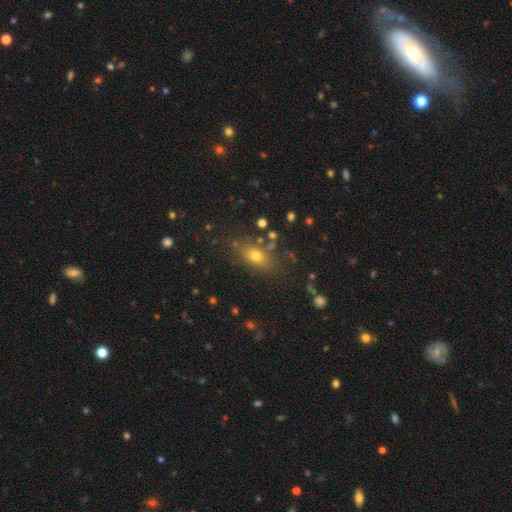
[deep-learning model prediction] smooth 72%, star or artifact 14%, featured or disk 14%. Down the decision tree: how rounded — in between (75%); merging — none (76%).